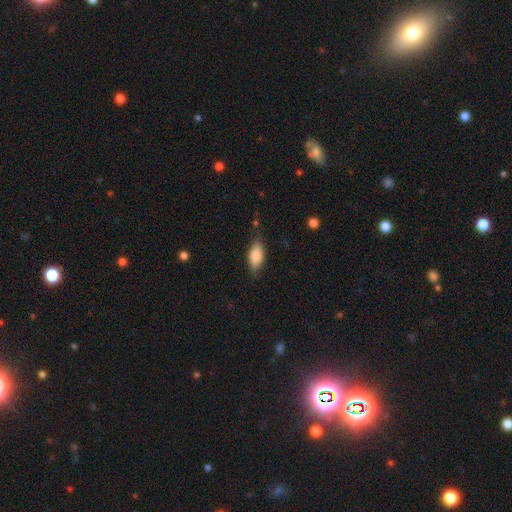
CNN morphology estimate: Smooth or featured?
  - smooth: 85% *
  - featured or disk: 9%
  - star or artifact: 6%
How rounded?
  - in between: 86% *
  - cigar-shaped: 11%
  - round: 3%
Merging?
  - none: 78% *
  - minor disturbance: 17%
  - major disturbance: 4%
  - merger: 1%